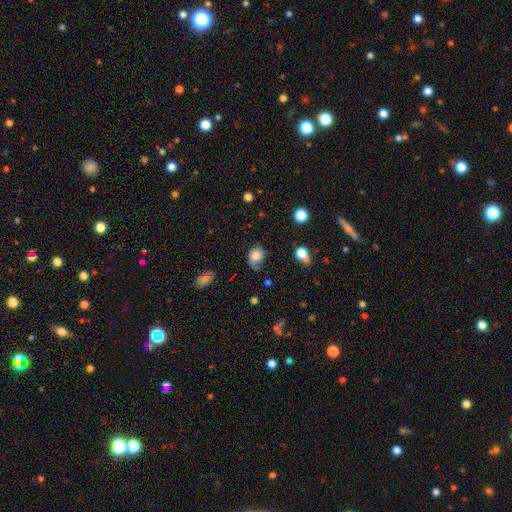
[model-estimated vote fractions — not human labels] smooth 79%, featured or disk 11%, star or artifact 10%. Down the decision tree: how rounded — round (51%); merging — none (52%).